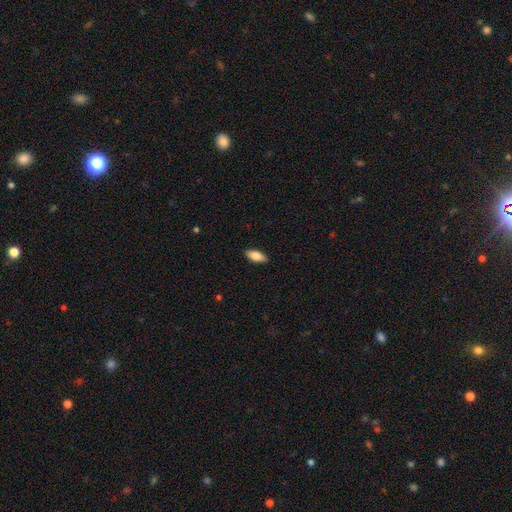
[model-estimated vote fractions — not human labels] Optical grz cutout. It shows a smooth galaxy with no disk features (80%) that is in between round and cigar-shaped (86%). Merging: none (89%).